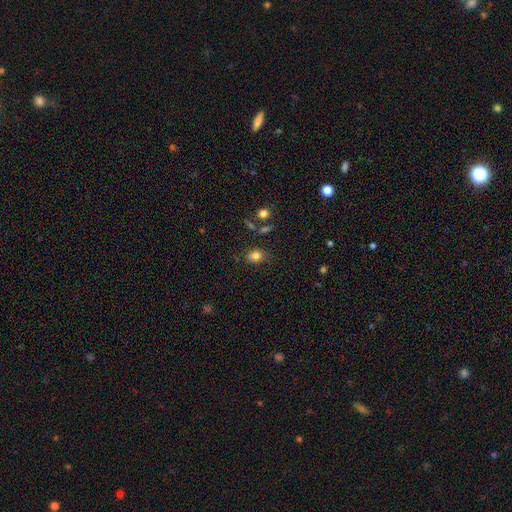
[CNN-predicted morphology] A smooth galaxy with no disk features (80%) that is in between round and cigar-shaped (58%). Merging: none (72%).